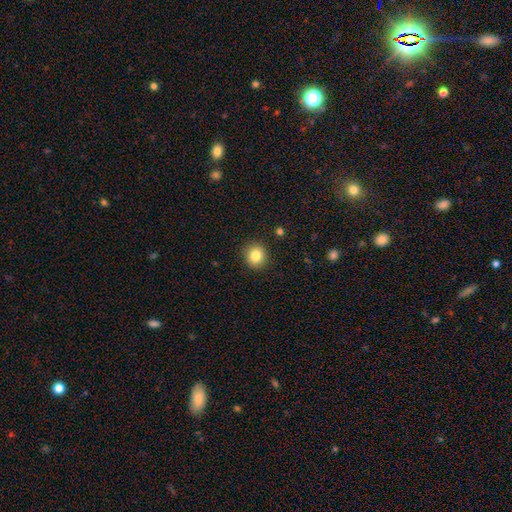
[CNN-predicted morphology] This is clearly a smooth galaxy (84%). How rounded: clearly round (89%). Merging: clearly none (91%).